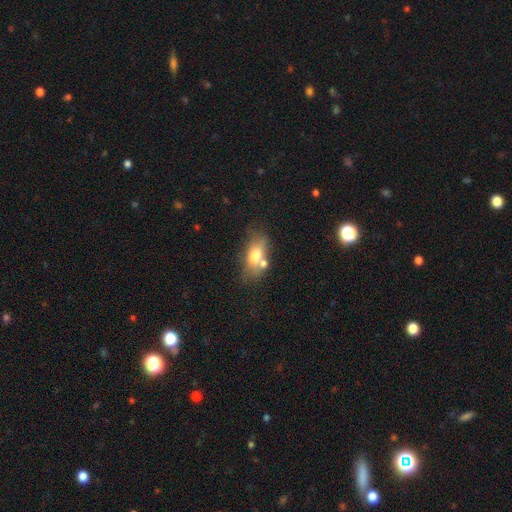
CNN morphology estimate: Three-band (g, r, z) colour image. It shows a smooth galaxy with no disk features (67%) that is in between round and cigar-shaped (81%). Merging: none (50%).